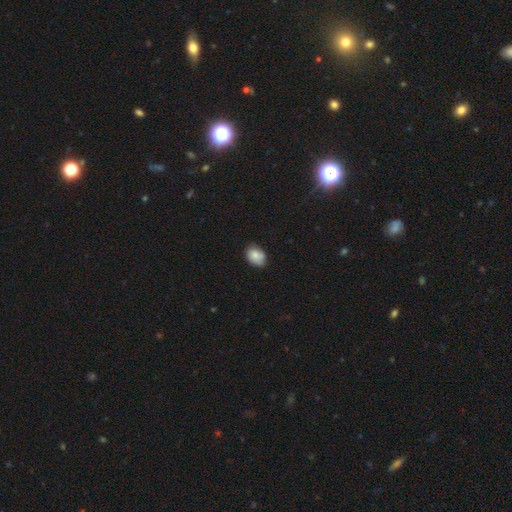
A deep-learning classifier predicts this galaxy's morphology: A smooth galaxy with no disk features (76%) that is in between round and cigar-shaped (71%).

Vote fractions:
- Smooth or featured? smooth: 76% / featured or disk: 15% / star or artifact: 8%
- How rounded? in between: 71% / round: 28% / cigar-shaped: 1%
- Merging? none: 61% / minor disturbance: 30% / major disturbance: 5% / merger: 3%